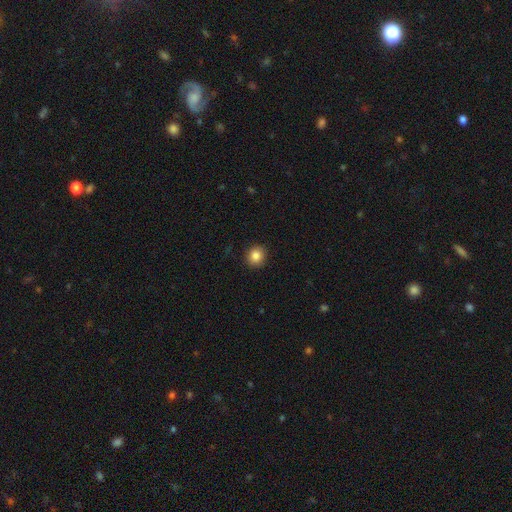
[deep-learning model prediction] A smooth galaxy with no disk features (85%) that is round (88%).

Vote fractions:
- Smooth or featured? smooth: 85% / star or artifact: 10% / featured or disk: 5%
- How rounded? round: 88% / in between: 11% / cigar-shaped: 1%
- Merging? none: 91% / minor disturbance: 6% / major disturbance: 2% / merger: 1%